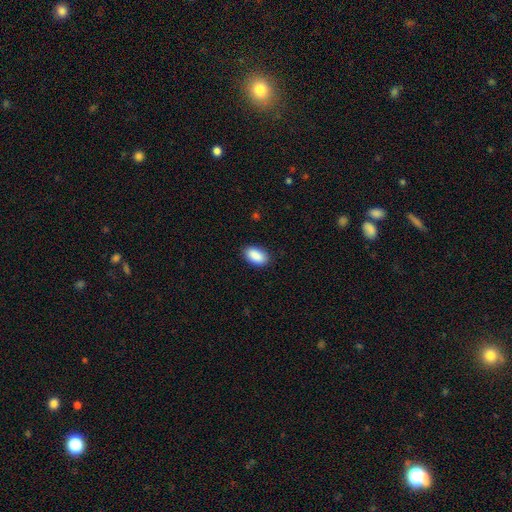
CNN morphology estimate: Smooth or featured? smooth (90%)
How rounded? in between (94%)
Merging? none (87%)